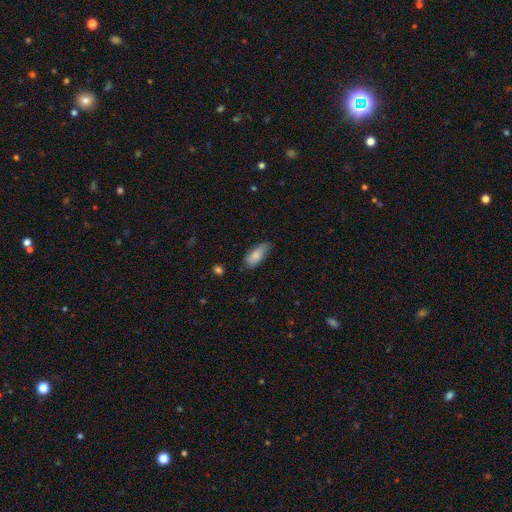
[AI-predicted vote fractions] The model was most divided on "merging": none: 64%, minor disturbance: 29%, major disturbance: 5%, merger: 2%. More confident: how rounded — in between (81%); smooth or featured — smooth (80%).